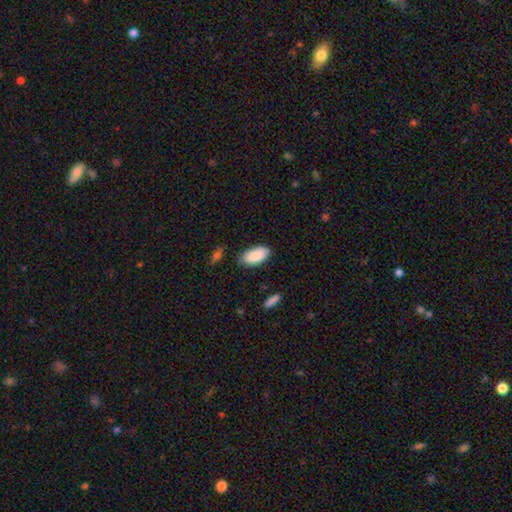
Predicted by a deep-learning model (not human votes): smooth 87%, featured or disk 7%, star or artifact 6%. Down the decision tree: how rounded — in between (94%); merging — none (82%).